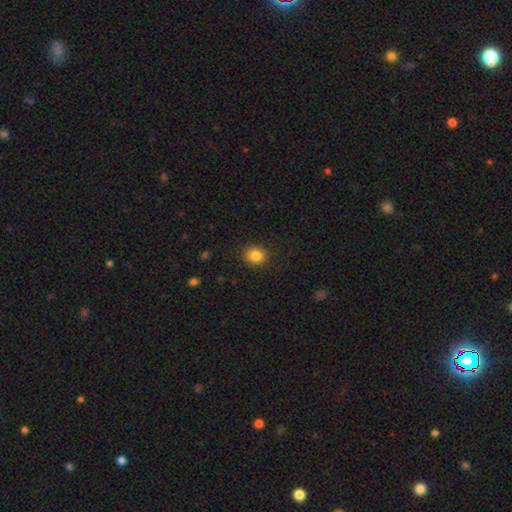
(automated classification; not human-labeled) A smooth galaxy with no disk features (85%) that is round (69%). Merging: none (88%).